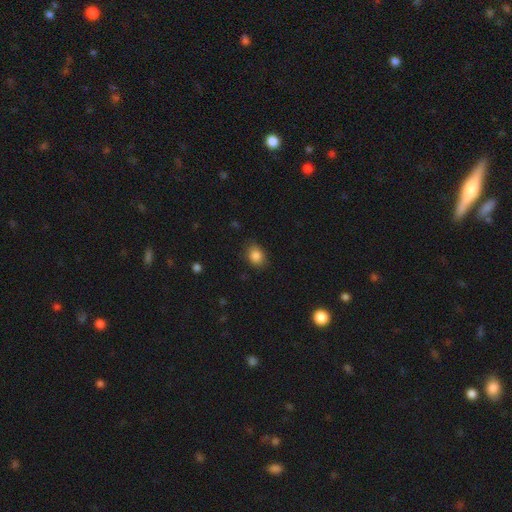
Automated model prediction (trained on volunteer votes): The model was most divided on "how rounded": in between: 55%, round: 44%, cigar-shaped: 1%. More confident: smooth or featured — smooth (86%); merging — none (80%).